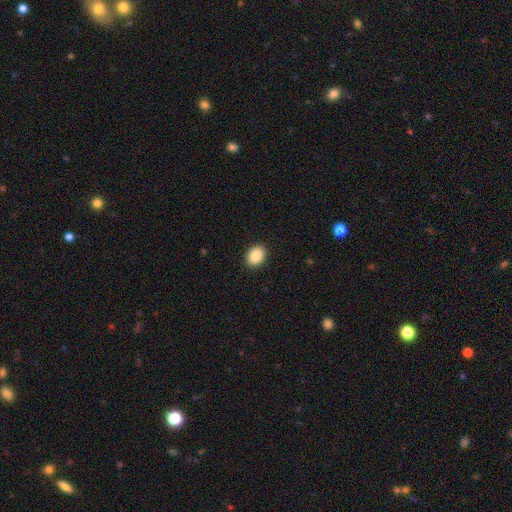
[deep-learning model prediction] Smooth or featured? smooth (89%)
How rounded? in between (58%)
Merging? none (91%)